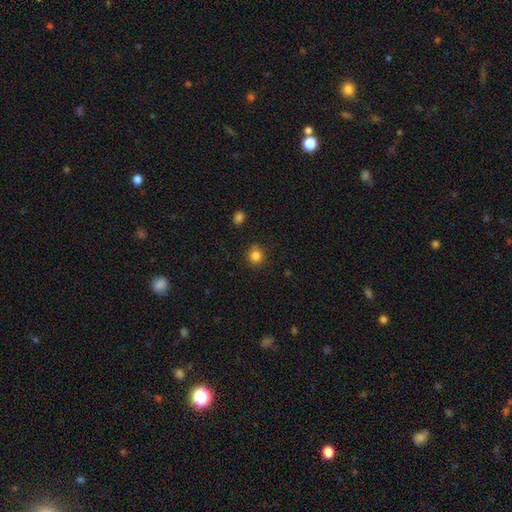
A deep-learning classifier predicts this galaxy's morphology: smooth-or-featured: smooth: 84% | star or artifact: 12% | featured or disk: 4%
  how-rounded: round: 90% | in between: 10% | cigar-shaped: 1%
  merging: none: 87% | minor disturbance: 9% | major disturbance: 2% | merger: 2%